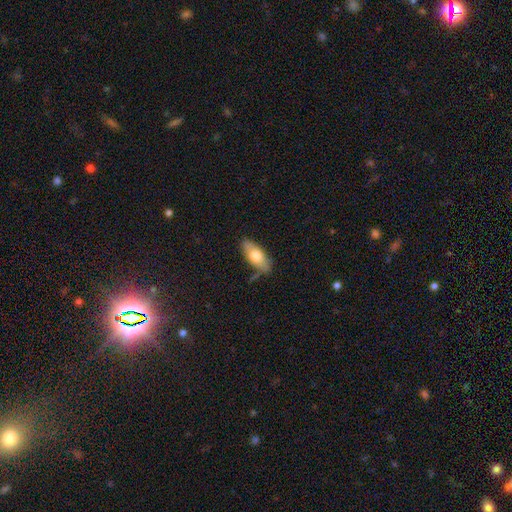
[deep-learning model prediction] A smooth galaxy with no disk features (68%) that is in between round and cigar-shaped (80%).

Vote fractions:
- Smooth or featured? smooth: 68% / featured or disk: 26% / star or artifact: 6%
- How rounded? in between: 80% / cigar-shaped: 17% / round: 3%
- Merging? none: 77% / minor disturbance: 16% / merger: 4% / major disturbance: 3%